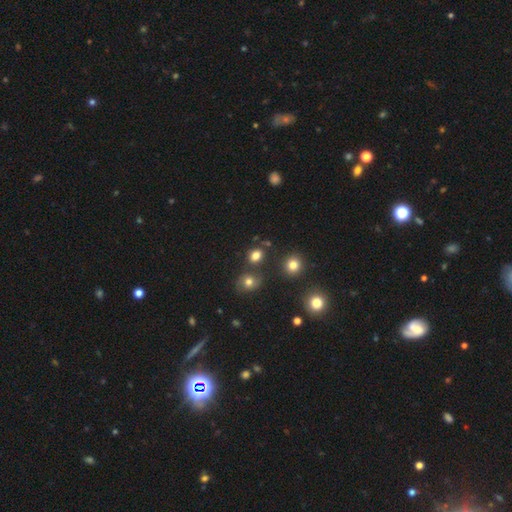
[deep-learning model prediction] Morphology: type=smooth (79%); roundness=round (57%); merging=none (73%).